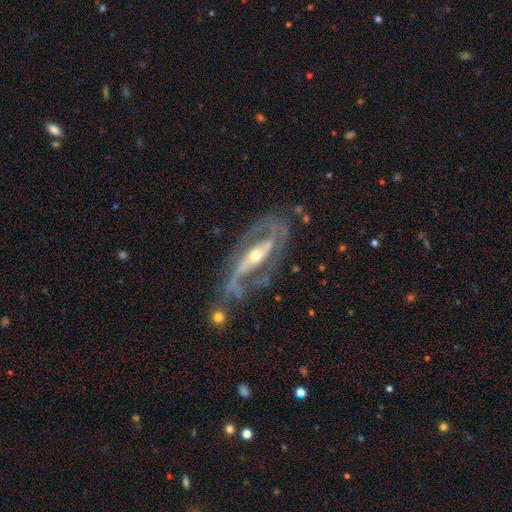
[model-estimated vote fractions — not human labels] Q: Smooth or featured?
A: featured or disk (90%); runner-up: smooth (5%)
Q: Edge-on disk?
A: no (91%); runner-up: yes (9%)
Q: Bar?
A: strong (48%); runner-up: weak (27%)
Q: Spiral arms?
A: yes (94%); runner-up: no (6%)
Q: Spiral winding?
A: medium (47%); runner-up: loose (27%)
Q: Spiral arm count?
A: 2 (83%); runner-up: can't tell (6%)
Q: Bulge size?
A: moderate (51%); runner-up: small (44%)
Q: Merging?
A: none (59%); runner-up: minor disturbance (20%)